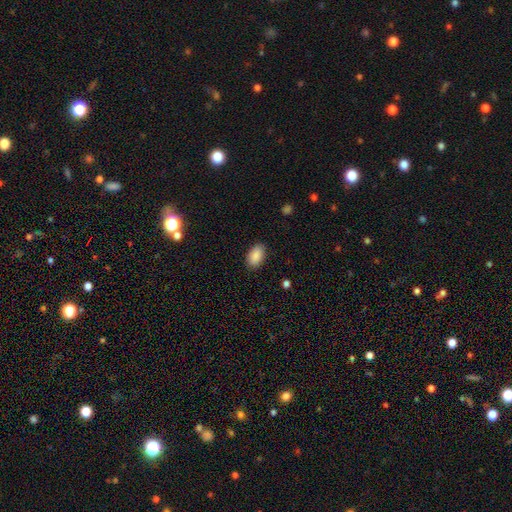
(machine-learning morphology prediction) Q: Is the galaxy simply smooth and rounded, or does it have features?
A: smooth — 89%.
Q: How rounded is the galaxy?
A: in between — 93%.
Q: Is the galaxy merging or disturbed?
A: none — 87%.